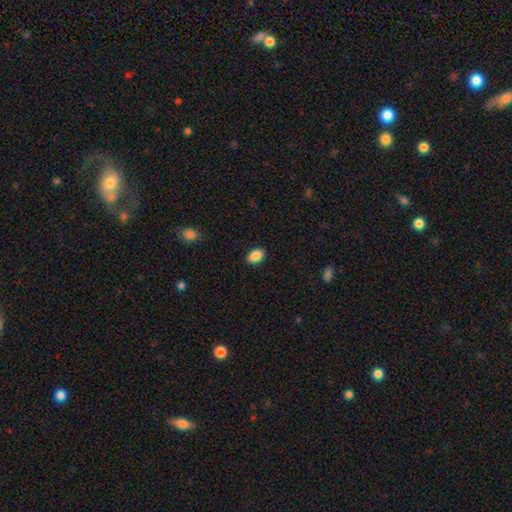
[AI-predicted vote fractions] smooth 88%, star or artifact 8%, featured or disk 4%. Down the decision tree: how rounded — in between (85%); merging — none (90%).